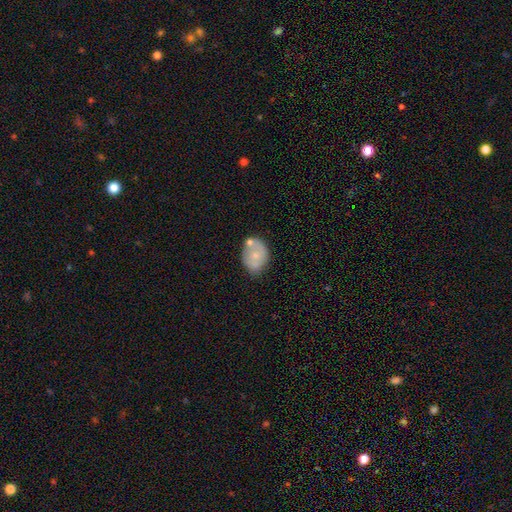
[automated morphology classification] smooth 62%, featured or disk 31%, star or artifact 7%. Down the decision tree: how rounded — in between (60%); merging — none (52%).